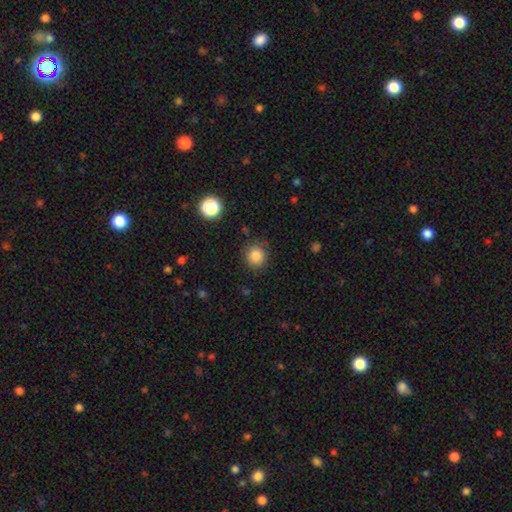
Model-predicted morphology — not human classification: A smooth galaxy with no disk features (85%) that is round (88%). Merging: none (85%).